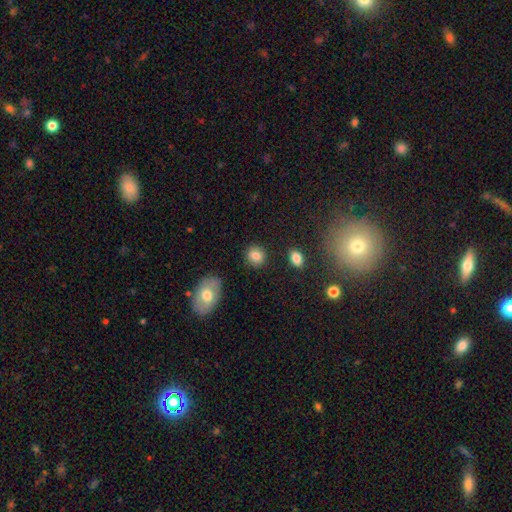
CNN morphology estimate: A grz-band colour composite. It shows a smooth galaxy with no disk features (83%) that is round (73%). Merging: none (87%).